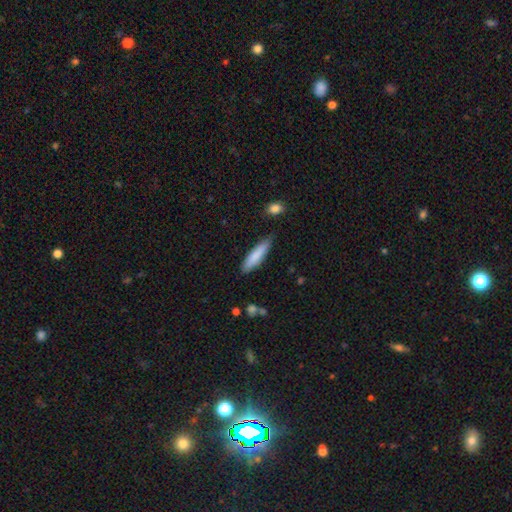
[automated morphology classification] The model was most divided on "how rounded": cigar-shaped: 75%, in between: 24%, round: 1%. More confident: smooth or featured — smooth (83%); merging — none (81%).